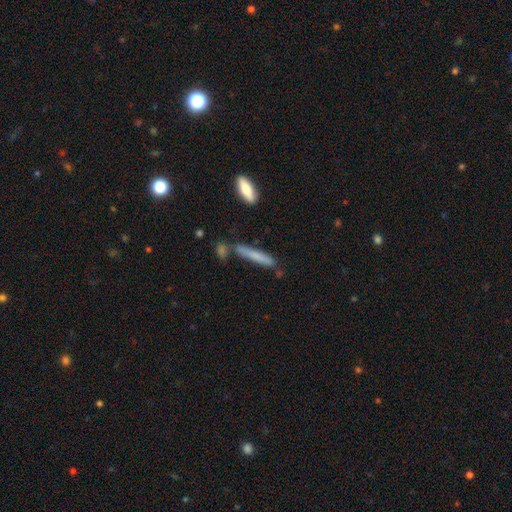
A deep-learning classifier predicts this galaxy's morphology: Smooth or featured? smooth (68%)
How rounded? cigar-shaped (93%)
Merging? none (75%)